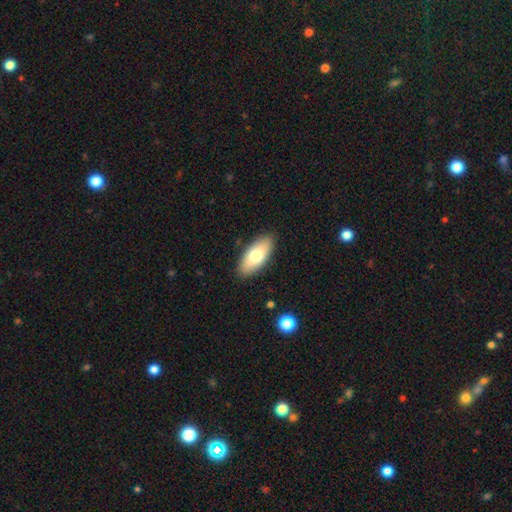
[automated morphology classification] Overall: smooth (75%). How rounded: in between (87%). Merging: none (88%).